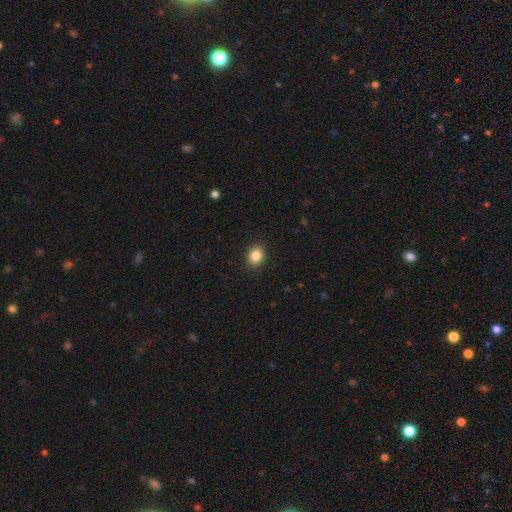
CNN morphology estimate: type=smooth (86%); roundness=in between (52%); merging=none (90%).